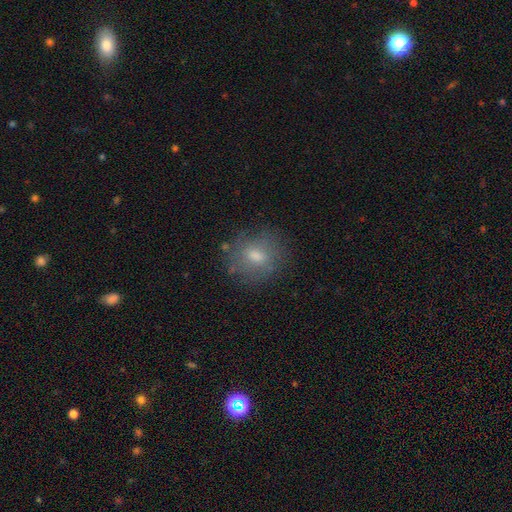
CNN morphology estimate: A smooth galaxy with no disk features (64%) that is round (63%). Merging: none (76%).